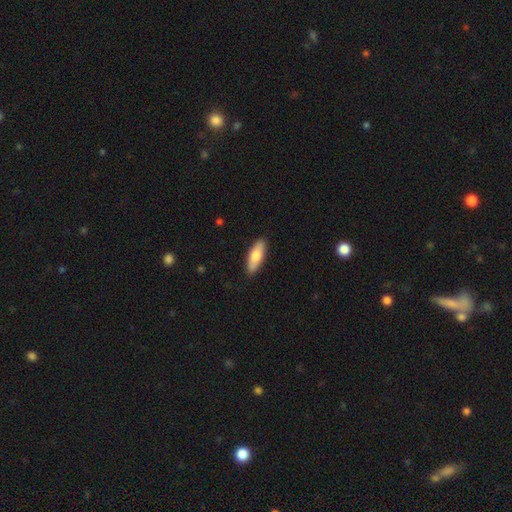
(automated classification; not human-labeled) A smooth galaxy with no disk features (75%) that is in between round and cigar-shaped (61%).

Vote fractions:
- Smooth or featured? smooth: 75% / featured or disk: 20% / star or artifact: 5%
- How rounded? in between: 61% / cigar-shaped: 37% / round: 2%
- Merging? none: 88% / minor disturbance: 9% / major disturbance: 2% / merger: 1%